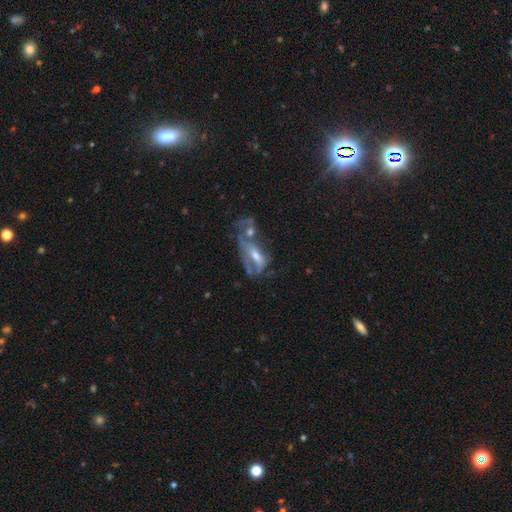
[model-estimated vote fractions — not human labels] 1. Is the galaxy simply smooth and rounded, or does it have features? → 64% featured or disk, 25% smooth, 12% star or artifact.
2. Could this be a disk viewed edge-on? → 83% no, 17% yes.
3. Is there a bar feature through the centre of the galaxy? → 55% no, 29% weak, 16% strong.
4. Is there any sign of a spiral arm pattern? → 53% no, 47% yes.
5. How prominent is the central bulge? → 52% moderate, 37% small, 5% none, 5% large, 1% dominant.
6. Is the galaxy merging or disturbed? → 37% merger, 29% major disturbance, 21% none, 13% minor disturbance.